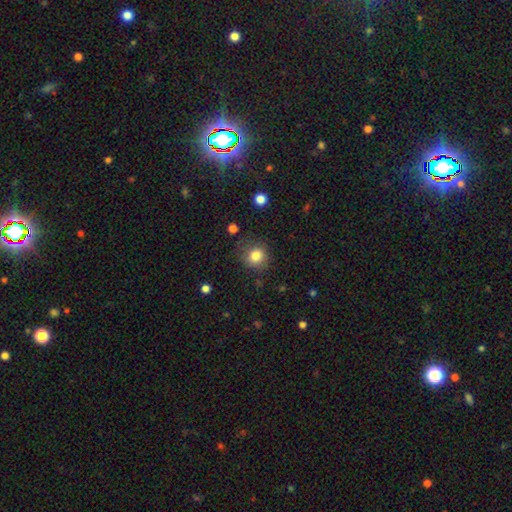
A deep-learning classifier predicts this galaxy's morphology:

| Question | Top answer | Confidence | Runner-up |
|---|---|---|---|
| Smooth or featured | smooth | 82% | star or artifact (11%) |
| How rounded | round | 84% | in between (15%) |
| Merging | none | 76% | minor disturbance (16%) |